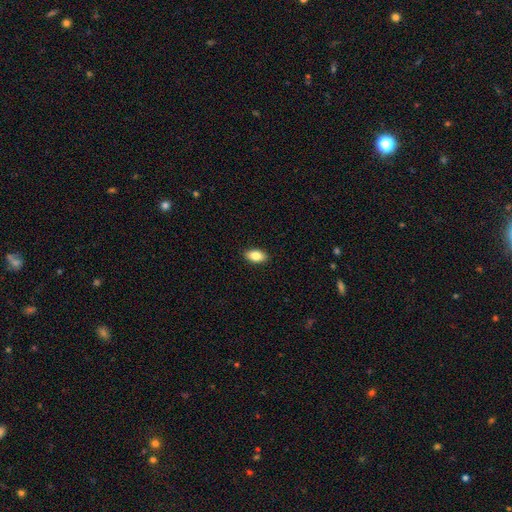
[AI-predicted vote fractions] Smooth or featured? Predicted: smooth (p=0.84). How rounded? Predicted: in between (p=0.92). Merging? Predicted: none (p=0.90).